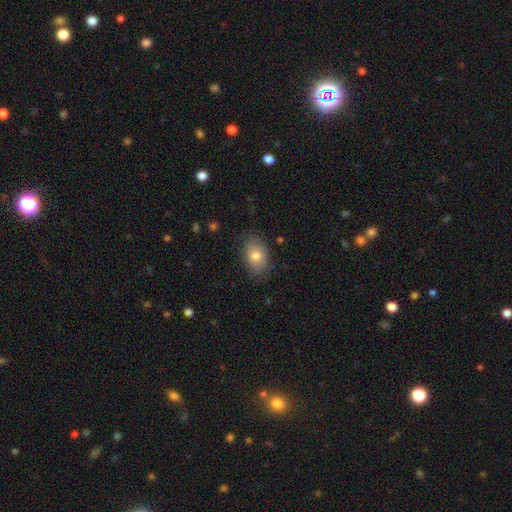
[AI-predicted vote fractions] Smooth or featured: smooth — 77% (featured or disk — 14%)
How rounded: in between — 83% (round — 16%)
Merging: none — 82% (minor disturbance — 14%)